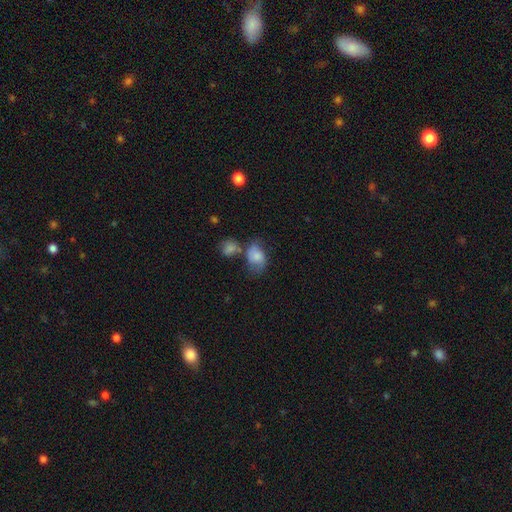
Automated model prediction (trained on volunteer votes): A smooth galaxy with no disk features (70%) that is in between round and cigar-shaped (74%).

Vote fractions:
- Smooth or featured? smooth: 70% / featured or disk: 22% / star or artifact: 9%
- How rounded? in between: 74% / round: 24% / cigar-shaped: 1%
- Merging? none: 36% / minor disturbance: 26% / merger: 24% / major disturbance: 14%